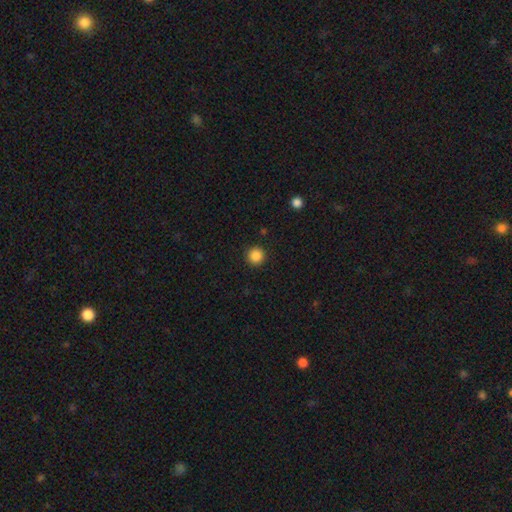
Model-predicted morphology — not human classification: Smooth or featured? smooth (87%)
How rounded? round (96%)
Merging? none (92%)